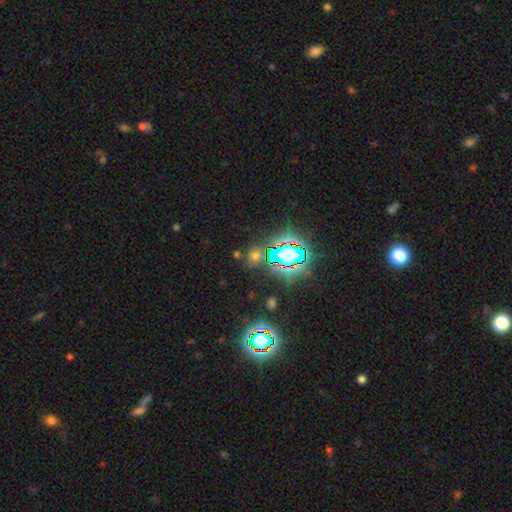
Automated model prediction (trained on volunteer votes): Smooth or featured? Predicted: star or artifact (p=0.49).